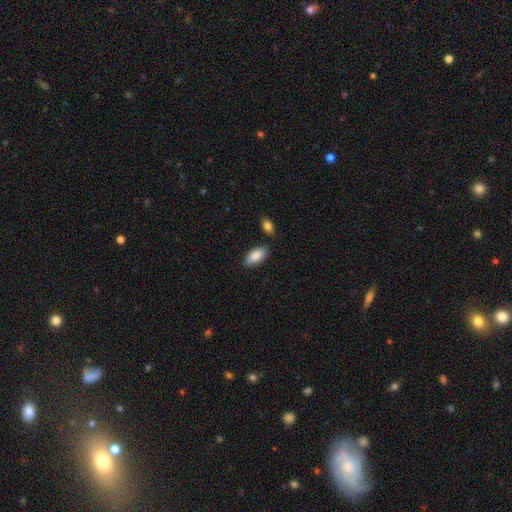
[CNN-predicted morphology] Q: Smooth or featured?
A: smooth (88%); runner-up: featured or disk (6%)
Q: How rounded?
A: in between (93%); runner-up: cigar-shaped (5%)
Q: Merging?
A: none (80%); runner-up: minor disturbance (12%)